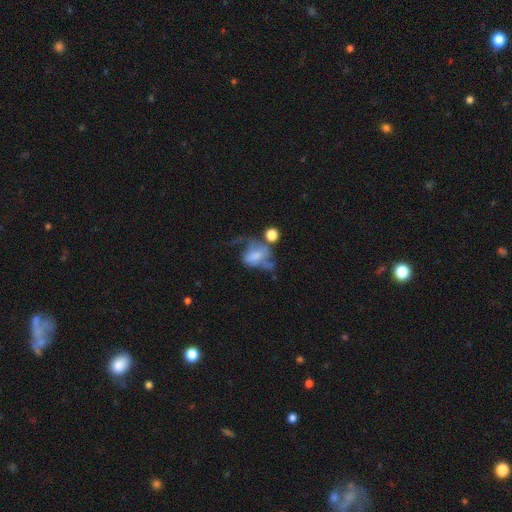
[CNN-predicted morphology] Overall: smooth (47%; featured or disk 42%). Merging: major disturbance (46%; none 20%).